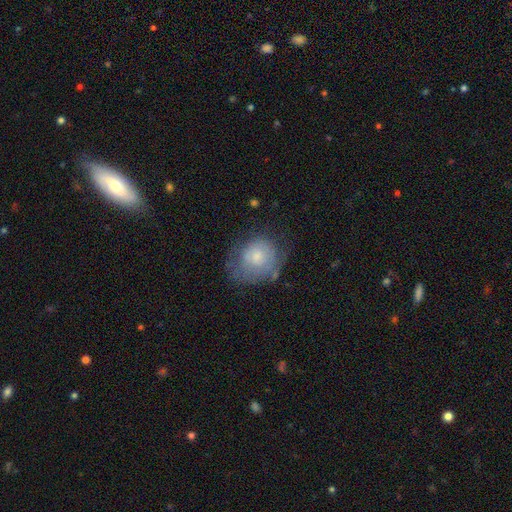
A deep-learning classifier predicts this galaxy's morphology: Smooth or featured? Predicted: smooth (p=0.61). How rounded? Predicted: round (p=0.71). Merging? Predicted: none (p=0.50).